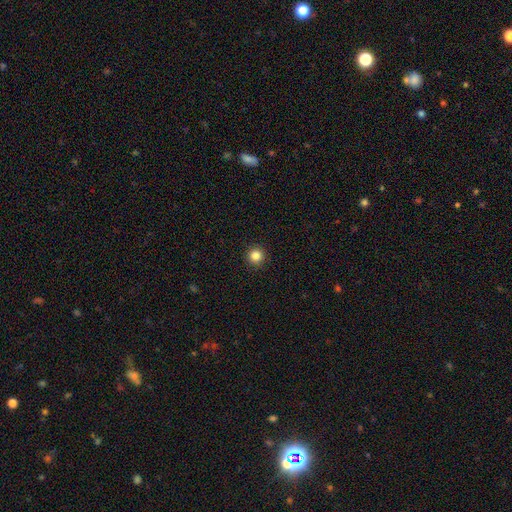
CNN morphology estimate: smooth-or-featured: smooth: 84% | star or artifact: 11% | featured or disk: 4%
  how-rounded: round: 95% | in between: 4% | cigar-shaped: 1%
  merging: none: 93% | minor disturbance: 4% | major disturbance: 2% | merger: 1%